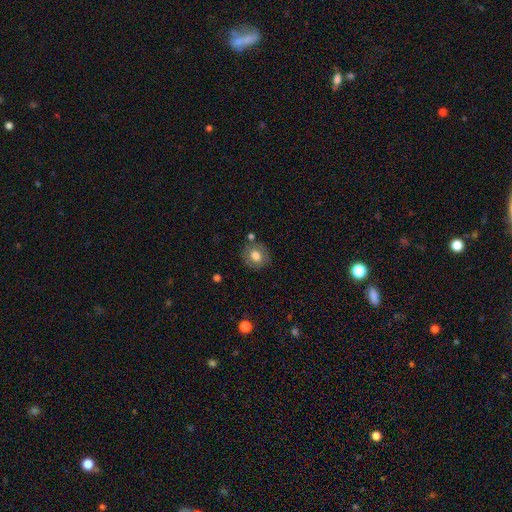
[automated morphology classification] A smooth galaxy with no disk features (72%) that is round (81%). Merging: none (79%).